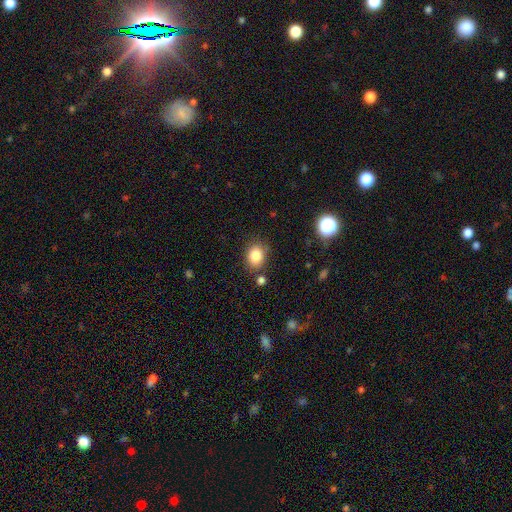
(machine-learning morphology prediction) The model was most divided on "how rounded": in between: 53%, round: 46%, cigar-shaped: 1%. More confident: smooth or featured — smooth (84%); merging — none (77%).